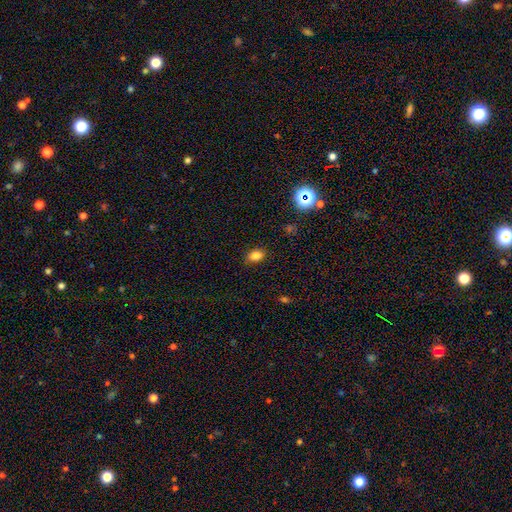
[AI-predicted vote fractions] Morphology: type=smooth (83%); roundness=in between (80%); merging=none (81%).